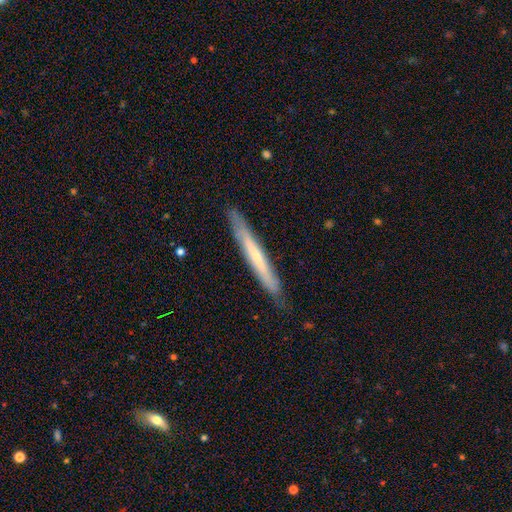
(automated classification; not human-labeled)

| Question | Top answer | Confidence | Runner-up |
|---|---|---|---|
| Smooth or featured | featured or disk | 49% | smooth (45%) |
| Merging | none | 83% | minor disturbance (14%) |